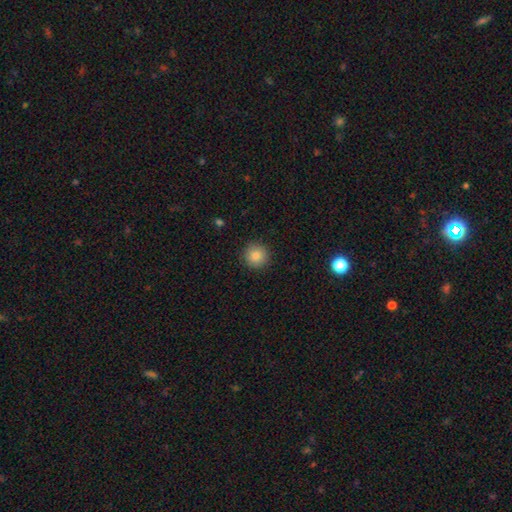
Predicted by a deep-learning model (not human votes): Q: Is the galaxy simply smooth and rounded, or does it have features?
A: smooth — 84%.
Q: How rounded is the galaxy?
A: round — 95%.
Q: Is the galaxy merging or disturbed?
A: none — 92%.